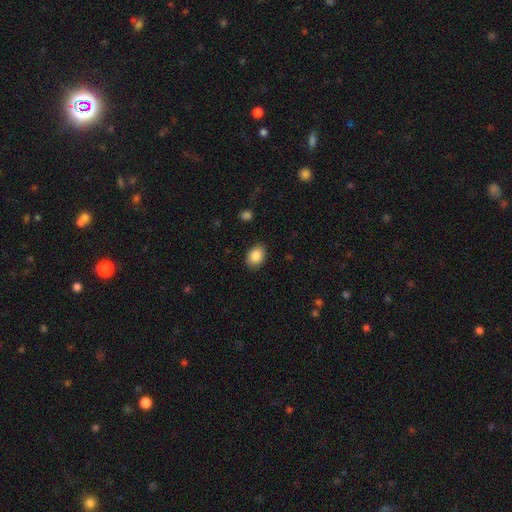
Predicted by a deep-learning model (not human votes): smooth_or_featured: smooth (p=0.87) [alt: star or artifact p=0.08]
how_rounded: in between (p=0.73) [alt: round p=0.26]
merging: none (p=0.87) [alt: minor disturbance p=0.10]